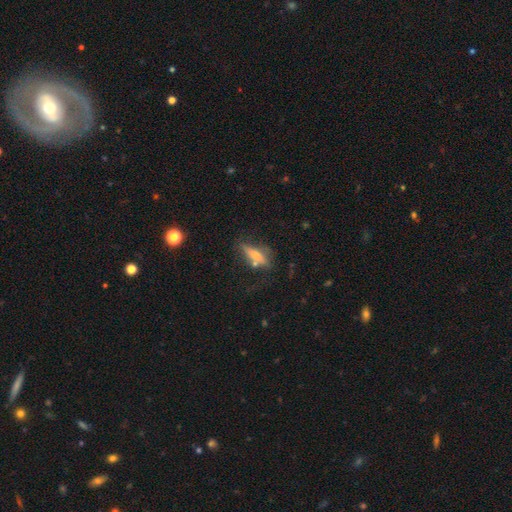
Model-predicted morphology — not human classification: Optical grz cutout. It shows a smooth galaxy with no disk features (47%). Merging: none (63%).